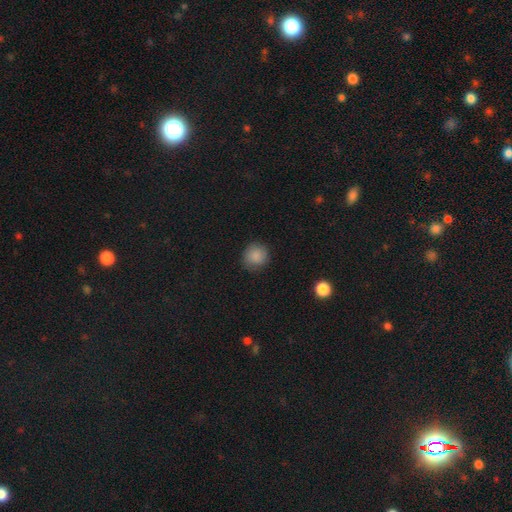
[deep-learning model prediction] A smooth galaxy with no disk features (86%) that is round (88%).

Vote fractions:
- Smooth or featured? smooth: 86% / star or artifact: 9% / featured or disk: 5%
- How rounded? round: 88% / in between: 11% / cigar-shaped: 1%
- Merging? none: 82% / minor disturbance: 14% / major disturbance: 3% / merger: 1%